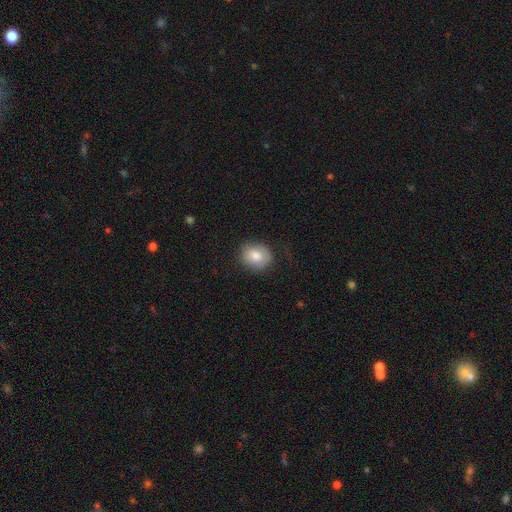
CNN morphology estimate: smooth_or_featured: smooth (p=0.80) [alt: featured or disk p=0.12]
how_rounded: round (p=0.69) [alt: in between p=0.30]
merging: none (p=0.79) [alt: minor disturbance p=0.15]